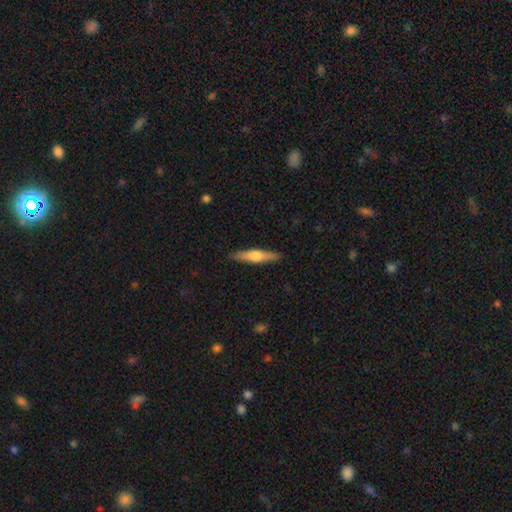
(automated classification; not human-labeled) A featured or disk galaxy (52%) viewed edge-on (96%). Merging: none (90%).